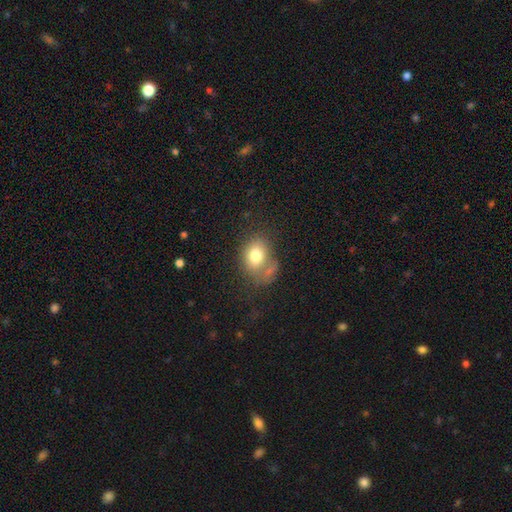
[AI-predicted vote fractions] The model was most divided on "merging": none: 43%, merger: 22%, minor disturbance: 20%, major disturbance: 14%. More confident: smooth or featured — smooth (76%); how rounded — in between (63%).